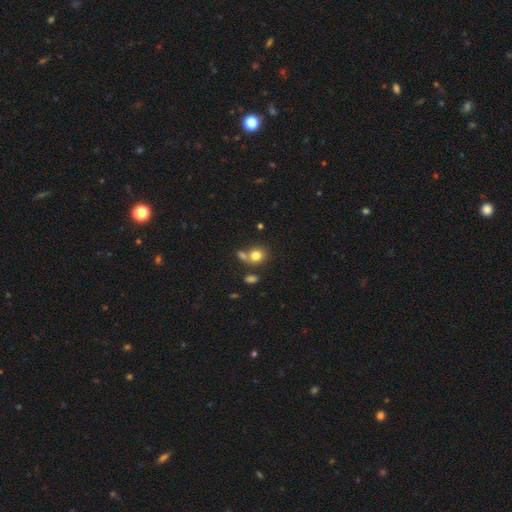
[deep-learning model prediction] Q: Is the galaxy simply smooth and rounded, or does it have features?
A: smooth — 80%.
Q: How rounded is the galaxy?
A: round — 76%.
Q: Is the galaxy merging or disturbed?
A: none — 55%.